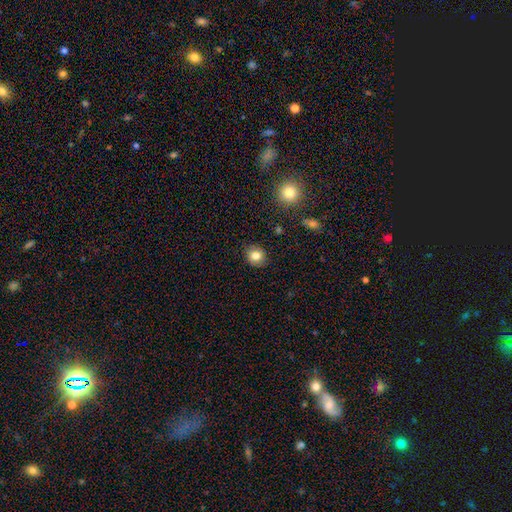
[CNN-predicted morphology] The model was most divided on "how rounded": round: 78%, in between: 21%, cigar-shaped: 1%. More confident: merging — none (87%); smooth or featured — smooth (82%).